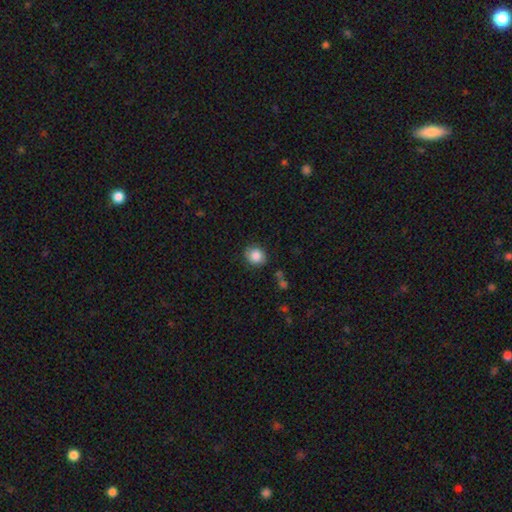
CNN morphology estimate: smooth 86%, star or artifact 9%, featured or disk 5%. Down the decision tree: how rounded — round (78%); merging — none (82%).